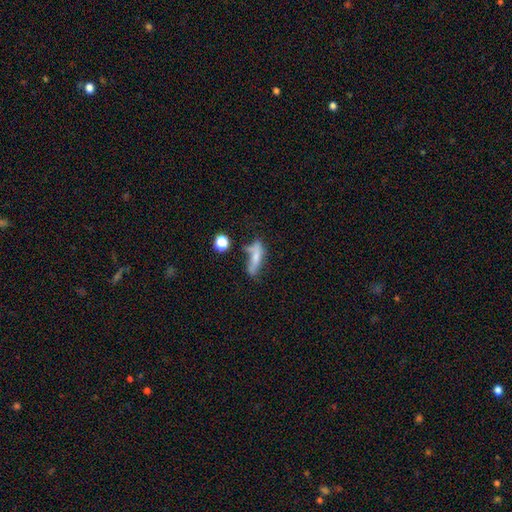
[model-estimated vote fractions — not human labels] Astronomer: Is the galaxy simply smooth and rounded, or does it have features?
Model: smooth — 57% (runner-up: featured or disk, 32%).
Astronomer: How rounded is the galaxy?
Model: cigar-shaped — 63%.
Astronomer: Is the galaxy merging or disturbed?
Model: none — 38% (runner-up: minor disturbance, 24%).